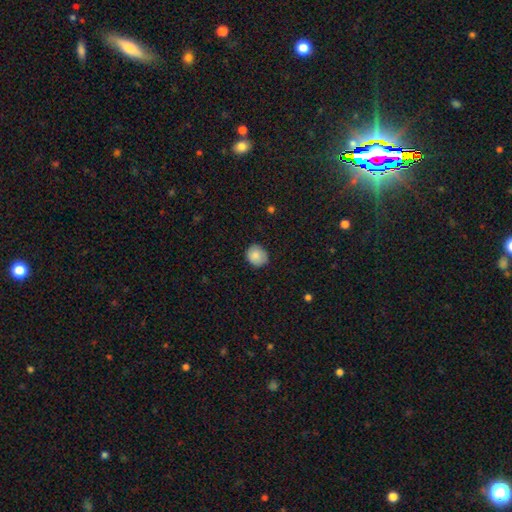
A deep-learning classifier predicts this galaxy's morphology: smooth_or_featured: smooth (p=0.85) [alt: star or artifact p=0.08]
how_rounded: round (p=0.73) [alt: in between p=0.27]
merging: none (p=0.79) [alt: minor disturbance p=0.17]